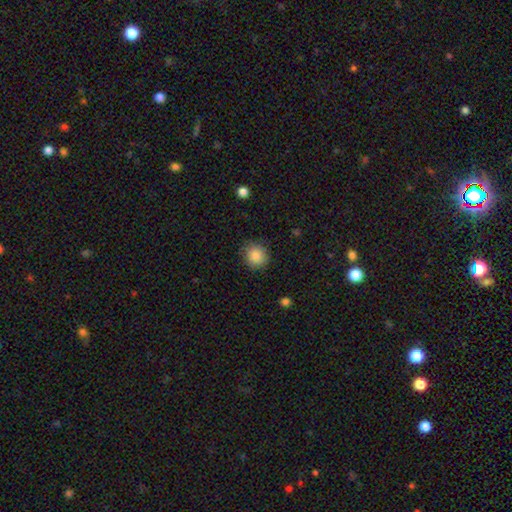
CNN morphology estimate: Smooth or featured? smooth (87%)
How rounded? round (89%)
Merging? none (84%)